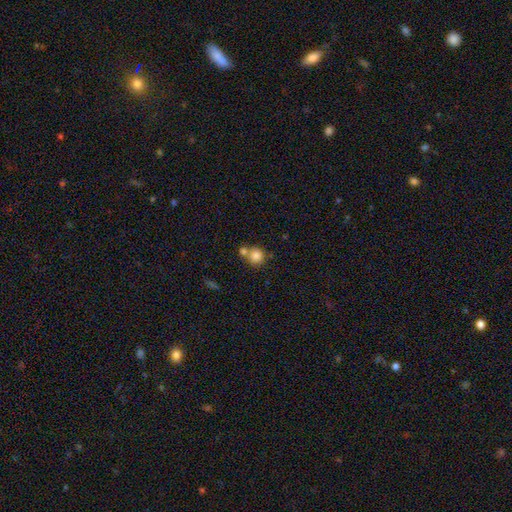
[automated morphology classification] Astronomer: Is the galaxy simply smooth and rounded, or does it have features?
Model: smooth — 83%.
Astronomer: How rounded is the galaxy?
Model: round — 89%.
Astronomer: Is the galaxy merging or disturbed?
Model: none — 53% (runner-up: merger, 35%).